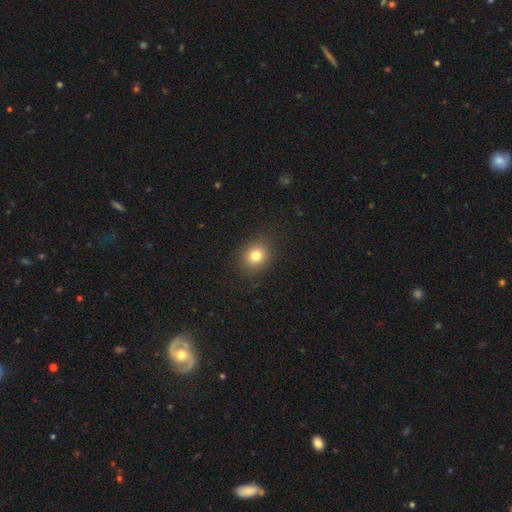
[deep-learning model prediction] A smooth galaxy with no disk features (79%) that is round (75%). Merging: none (88%).